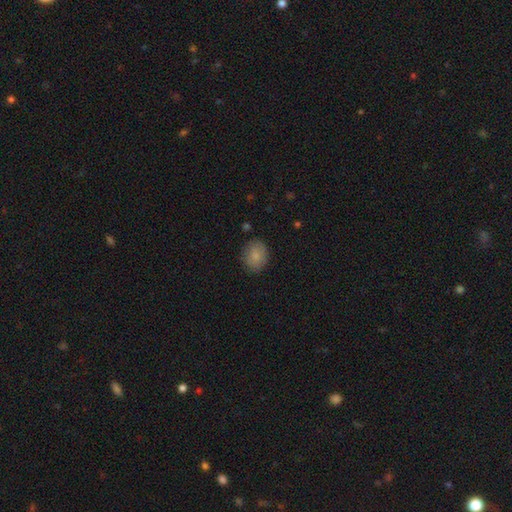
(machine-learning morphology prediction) type=smooth (83%); roundness=round (53%); merging=none (82%).